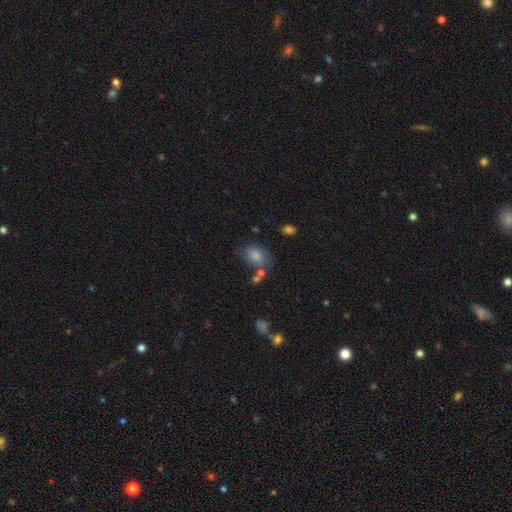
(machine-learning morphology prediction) Overall: smooth (80%). How rounded: in between (73%). Merging: none (54%; minor disturbance 24%).